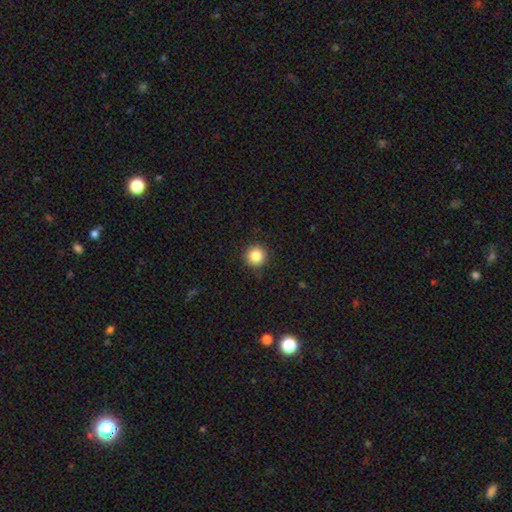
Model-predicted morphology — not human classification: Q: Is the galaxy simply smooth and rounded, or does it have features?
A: smooth — 85%.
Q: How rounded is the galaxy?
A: round — 96%.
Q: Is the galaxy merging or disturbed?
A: none — 91%.